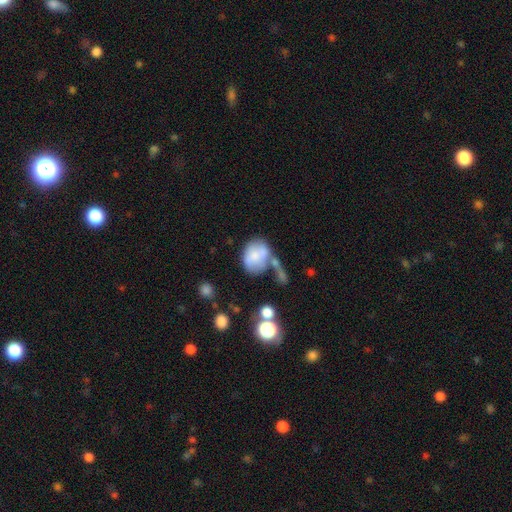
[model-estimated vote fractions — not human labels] This is likely a smooth galaxy (68%). How rounded: possibly in between (55%). Merging: marginally none (37%).